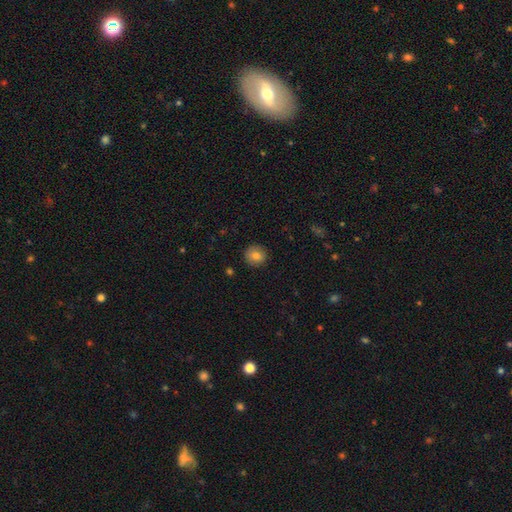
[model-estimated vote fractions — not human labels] Smooth or featured?
  - smooth: 82% *
  - star or artifact: 9%
  - featured or disk: 9%
How rounded?
  - round: 91% *
  - in between: 8%
  - cigar-shaped: 1%
Merging?
  - none: 90% *
  - minor disturbance: 7%
  - major disturbance: 2%
  - merger: 1%